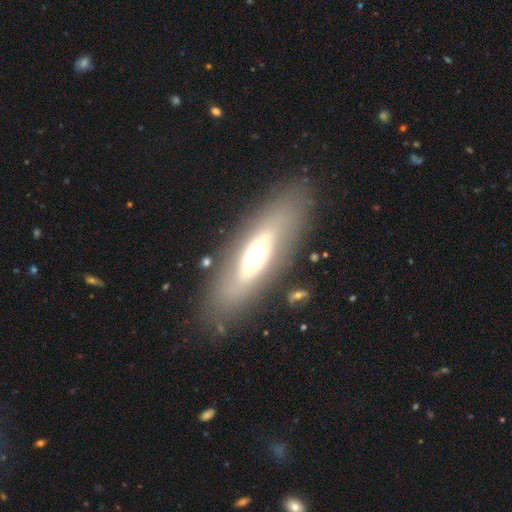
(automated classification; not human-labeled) smooth-or-featured: featured or disk: 50% | smooth: 40% | star or artifact: 10%
  disk-edge-on: no: 58% | yes: 42%
  merging: none: 82% | minor disturbance: 10% | major disturbance: 6% | merger: 2%